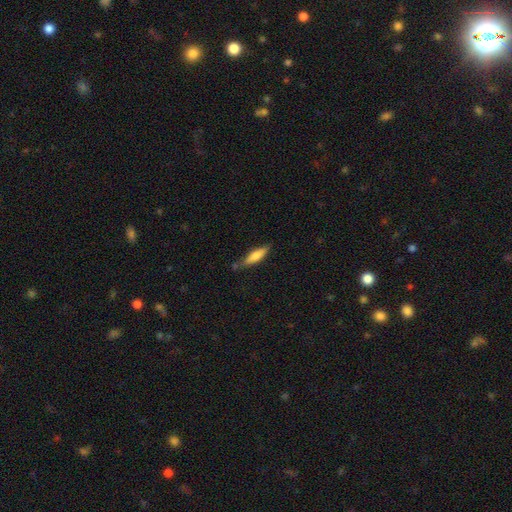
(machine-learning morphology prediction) Q: Smooth or featured?
A: smooth (67%); runner-up: featured or disk (27%)
Q: How rounded?
A: cigar-shaped (71%); runner-up: in between (28%)
Q: Merging?
A: none (73%); runner-up: minor disturbance (19%)